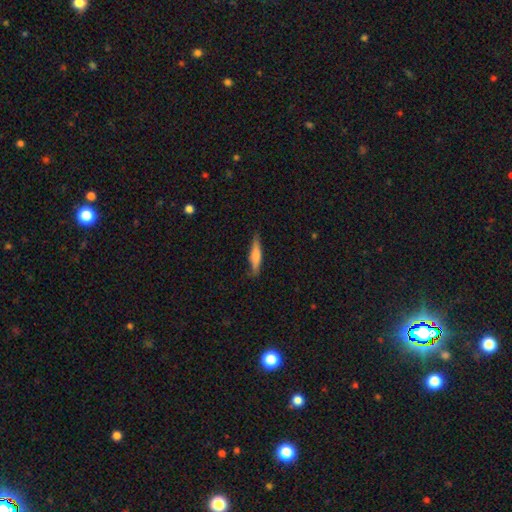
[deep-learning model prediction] Overall: smooth (64%; featured or disk 30%). How rounded: cigar-shaped (83%). Merging: none (83%).